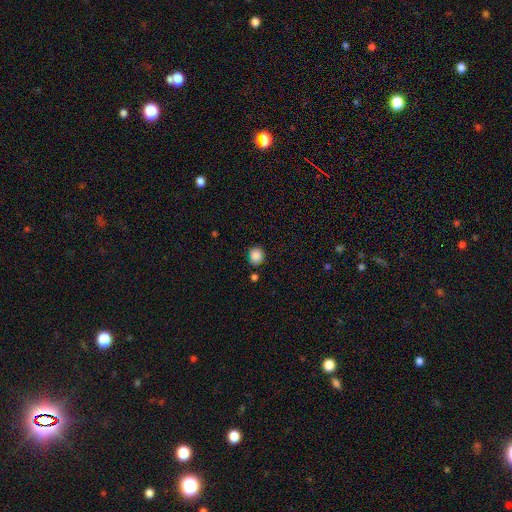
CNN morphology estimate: Overall: smooth (87%). How rounded: round (85%). Merging: none (80%).